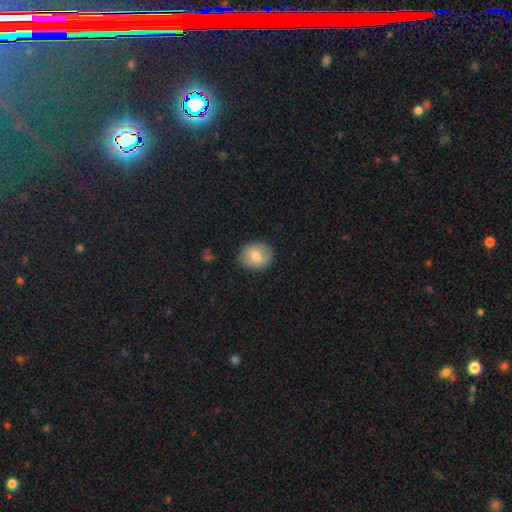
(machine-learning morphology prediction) This is likely a smooth galaxy (73%). How rounded: likely round (66%). Merging: clearly none (86%).